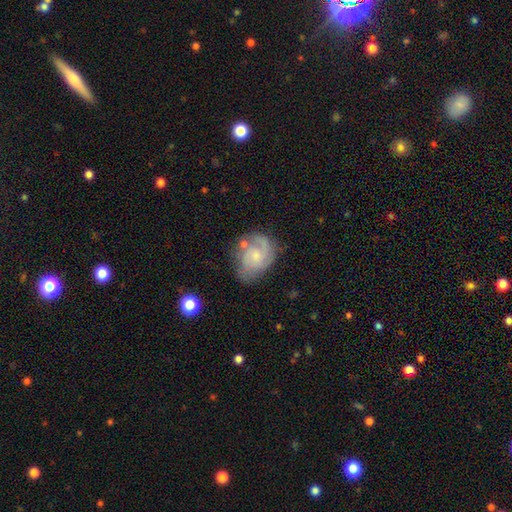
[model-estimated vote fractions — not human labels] A featured or disk galaxy (73%) with no bar (68%), 2 (44%) tight (44%) spiral arms (91%) and a small central bulge (58%).

Vote fractions:
- Smooth or featured? featured or disk: 73% / smooth: 20% / star or artifact: 7%
- Edge-on disk? no: 98% / yes: 2%
- Bar? no: 68% / weak: 29% / strong: 3%
- Spiral arms? yes: 91% / no: 9%
- Spiral winding? tight: 44% / medium: 41% / loose: 15%
- Spiral arm count? 2: 44% / can't tell: 23% / 1: 14% / 3: 13% / 4: 3% / more than 4: 3%
- Bulge size? small: 58% / moderate: 27% / none: 11% / large: 3% / dominant: 1%
- Merging? none: 57% / minor disturbance: 24% / major disturbance: 13% / merger: 6%